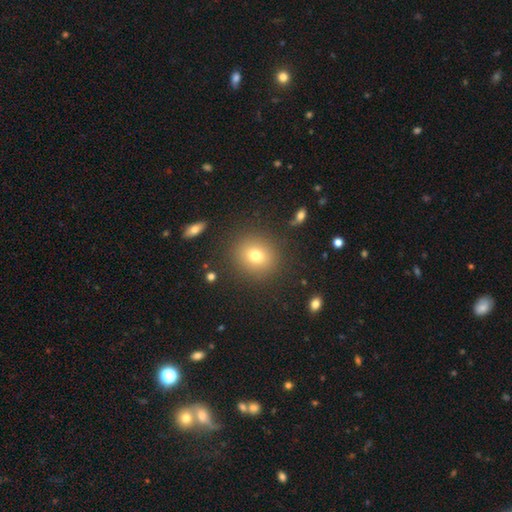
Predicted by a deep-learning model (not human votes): This is likely a smooth galaxy (75%). How rounded: likely round (79%). Merging: clearly none (87%).